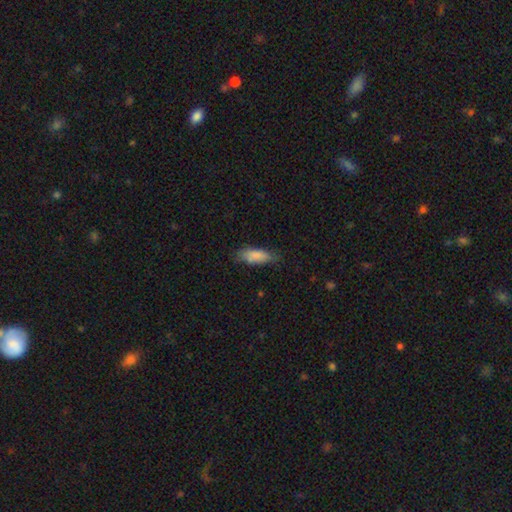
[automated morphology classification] Smooth or featured? Predicted: smooth (p=0.84). How rounded? Predicted: in between (p=0.69). Merging? Predicted: none (p=0.68).